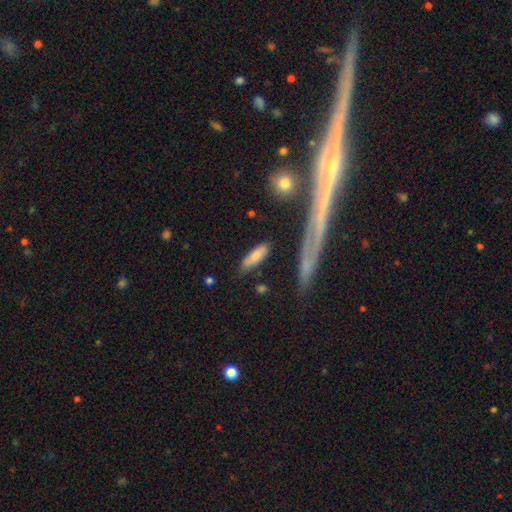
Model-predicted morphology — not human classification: smooth 72%, featured or disk 22%, star or artifact 6%. Down the decision tree: how rounded — in between (51%); merging — none (75%).